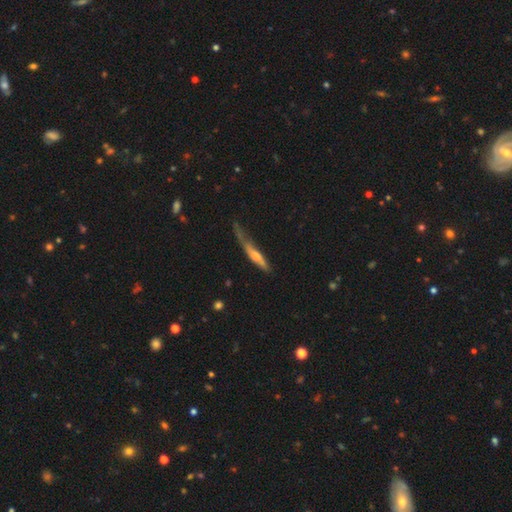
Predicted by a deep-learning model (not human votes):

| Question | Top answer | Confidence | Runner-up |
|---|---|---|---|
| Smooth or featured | smooth | 51% | featured or disk (43%) |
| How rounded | cigar-shaped | 86% | in between (12%) |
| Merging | none | 33% | tied: minor disturbance (33%) |